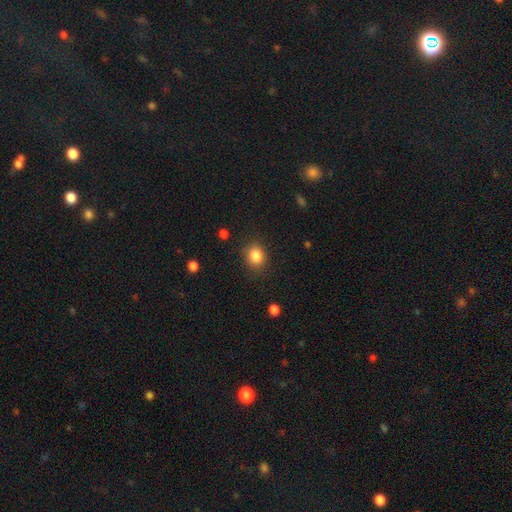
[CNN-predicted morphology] Overall: smooth (85%). How rounded: round (69%; in between 30%). Merging: none (84%).